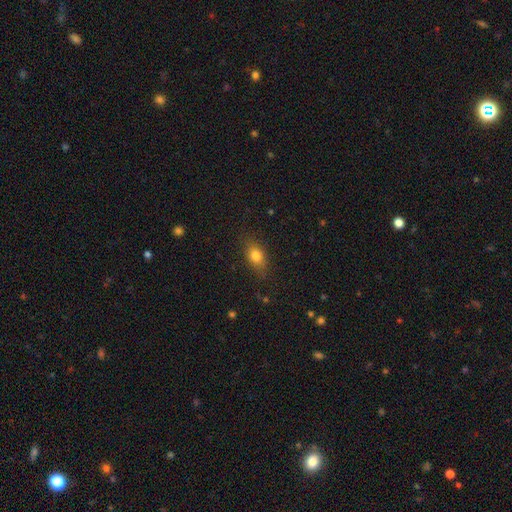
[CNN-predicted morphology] smooth-or-featured: smooth: 80% | star or artifact: 10% | featured or disk: 10%
  how-rounded: in between: 75% | round: 20% | cigar-shaped: 5%
  merging: none: 80% | minor disturbance: 15% | major disturbance: 4% | merger: 1%